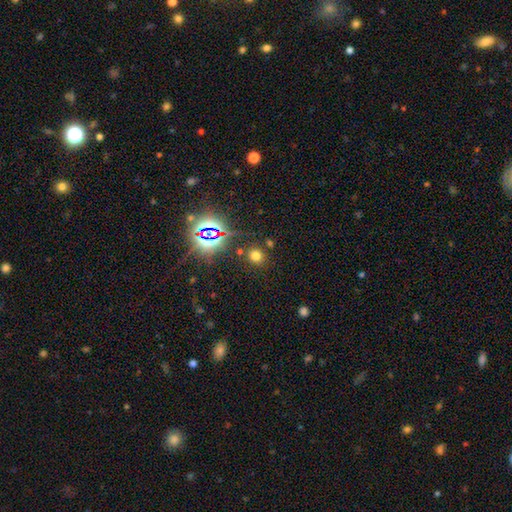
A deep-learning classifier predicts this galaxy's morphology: Smooth or featured? Predicted: smooth (p=0.66). How rounded? Predicted: round (p=0.80). Merging? Predicted: none (p=0.81).